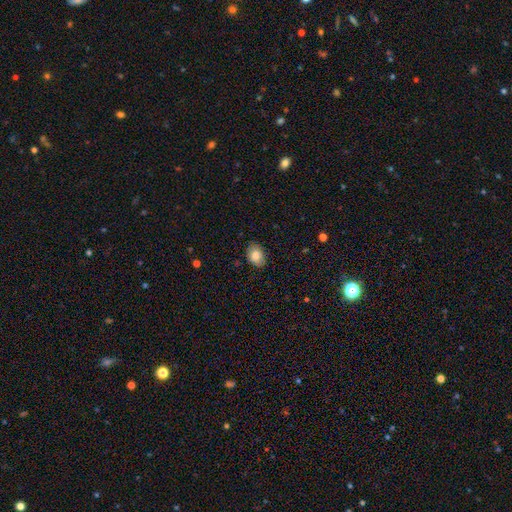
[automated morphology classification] This appears to be a smooth galaxy with no disk features (85%) that is in between round and cigar-shaped (78%). Merging: none (82%).